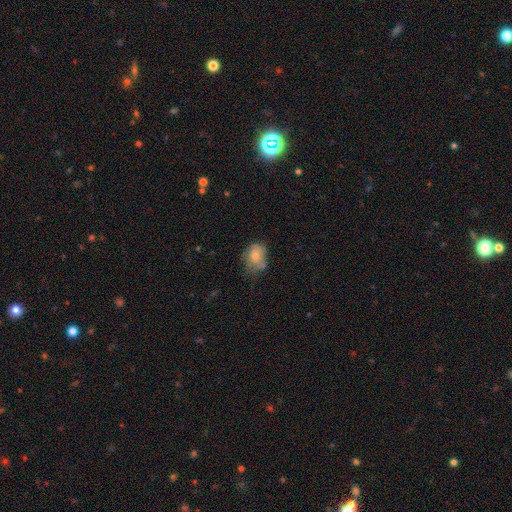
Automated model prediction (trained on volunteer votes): Smooth or featured? Predicted: smooth (p=0.69). How rounded? Predicted: in between (p=0.63). Merging? Predicted: none (p=0.40).